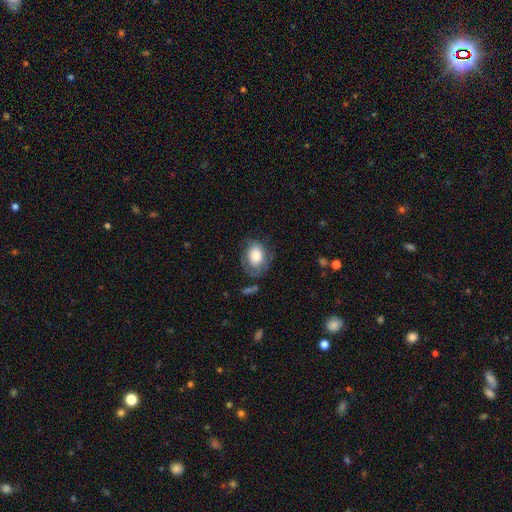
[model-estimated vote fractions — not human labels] Smooth or featured: smooth — 66% (featured or disk — 27%)
How rounded: in between — 66% (round — 33%)
Merging: none — 53% (minor disturbance — 26%)